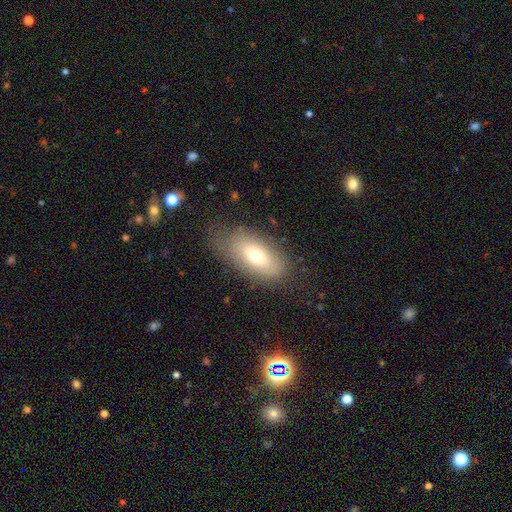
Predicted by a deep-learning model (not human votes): smooth_or_featured: smooth (p=0.66) [alt: featured or disk p=0.25]
how_rounded: in between (p=0.89) [alt: cigar-shaped p=0.06]
merging: none (p=0.66) [alt: minor disturbance p=0.22]